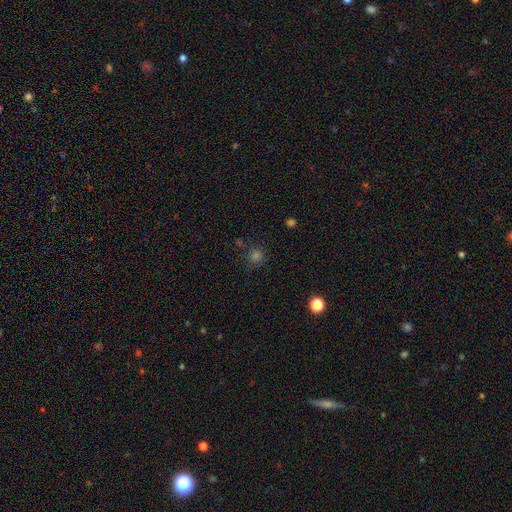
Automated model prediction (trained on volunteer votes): smooth 66%, star or artifact 27%, featured or disk 7%. Down the decision tree: how rounded — round (92%); merging — none (82%).